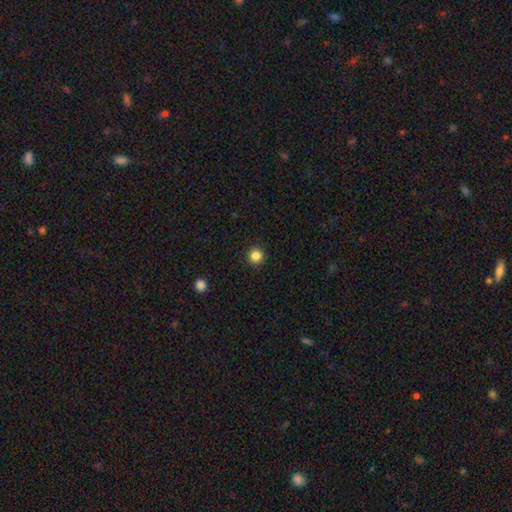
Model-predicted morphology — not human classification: Overall: smooth (85%). How rounded: round (95%). Merging: none (93%).